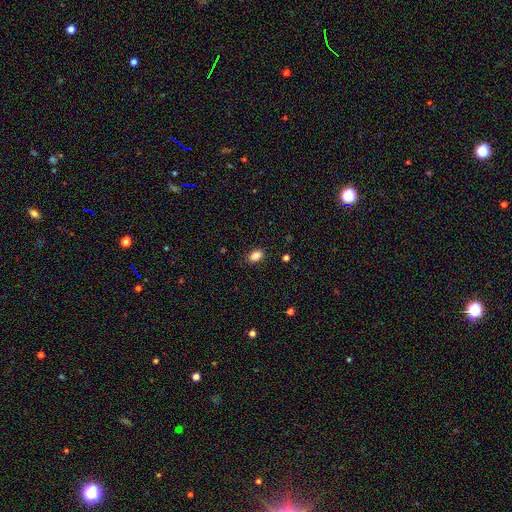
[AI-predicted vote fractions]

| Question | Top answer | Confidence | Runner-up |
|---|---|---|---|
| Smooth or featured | smooth | 87% | star or artifact (9%) |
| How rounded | in between | 86% | round (12%) |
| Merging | none | 86% | minor disturbance (10%) |